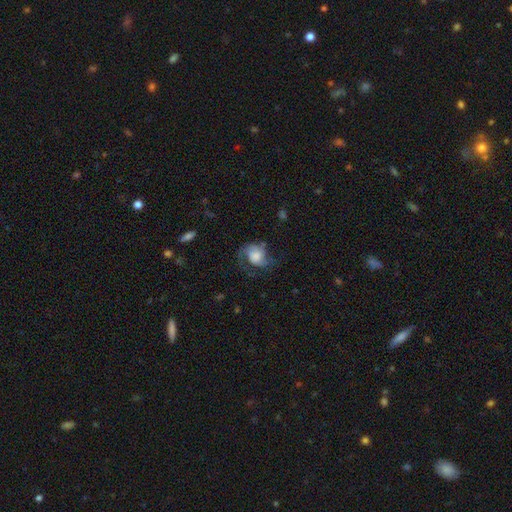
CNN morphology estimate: Smooth or featured? featured or disk (53%)
Edge-on disk? no (97%)
Bar? no (69%)
Spiral arms? yes (86%)
Bulge size? large (37%)
Merging? none (45%)